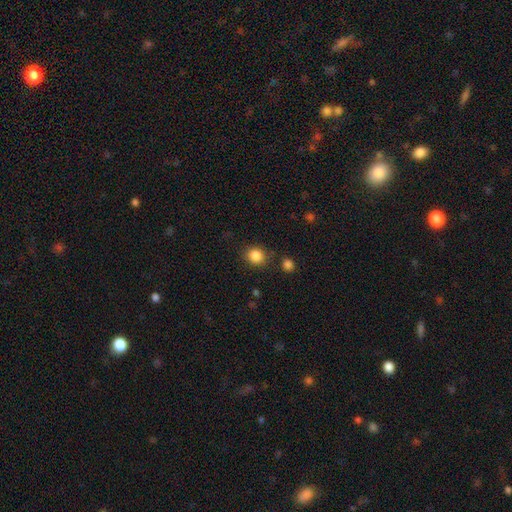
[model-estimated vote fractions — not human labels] This appears to be a smooth galaxy with no disk features (86%) that is round (79%). Merging: none (82%).